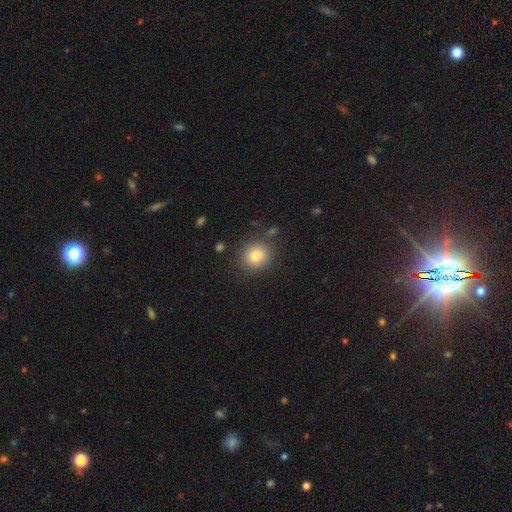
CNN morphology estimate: The model was most divided on "smooth or featured": smooth: 81%, star or artifact: 11%, featured or disk: 8%. More confident: how rounded — round (88%); merging — none (84%).